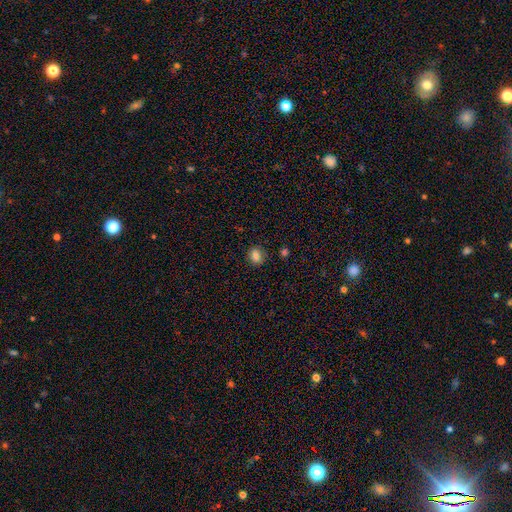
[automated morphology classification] The model was most divided on "how rounded": round: 57%, in between: 42%, cigar-shaped: 1%. More confident: merging — none (84%); smooth or featured — smooth (83%).